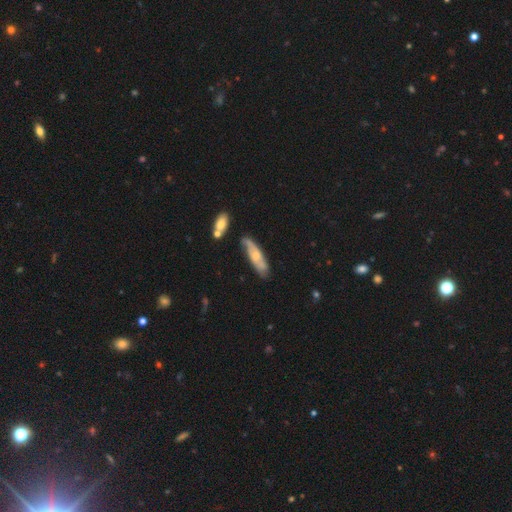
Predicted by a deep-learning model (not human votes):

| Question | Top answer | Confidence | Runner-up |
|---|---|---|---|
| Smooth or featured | featured or disk | 57% | smooth (37%) |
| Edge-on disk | no | 73% | yes (27%) |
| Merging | none | 66% | minor disturbance (23%) |